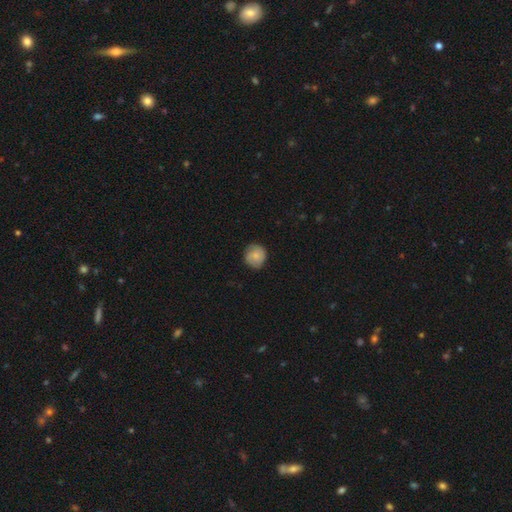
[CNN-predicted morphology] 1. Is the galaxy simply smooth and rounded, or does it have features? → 71% smooth, 22% featured or disk, 7% star or artifact.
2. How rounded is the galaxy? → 87% round, 12% in between, 1% cigar-shaped.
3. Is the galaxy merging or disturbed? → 79% none, 16% minor disturbance, 3% major disturbance, 1% merger.